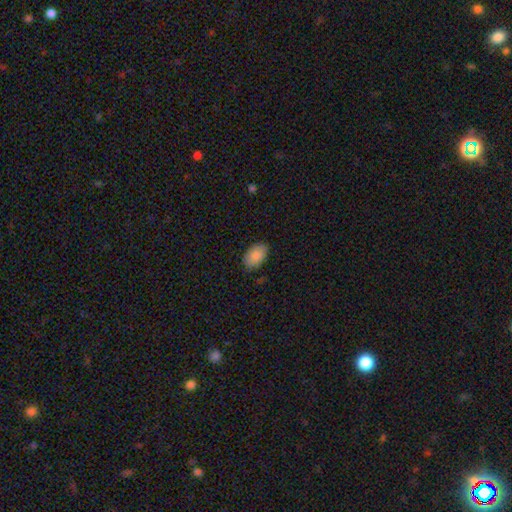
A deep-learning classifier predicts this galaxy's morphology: This is clearly a smooth galaxy (88%). How rounded: clearly in between (92%). Merging: clearly none (84%).